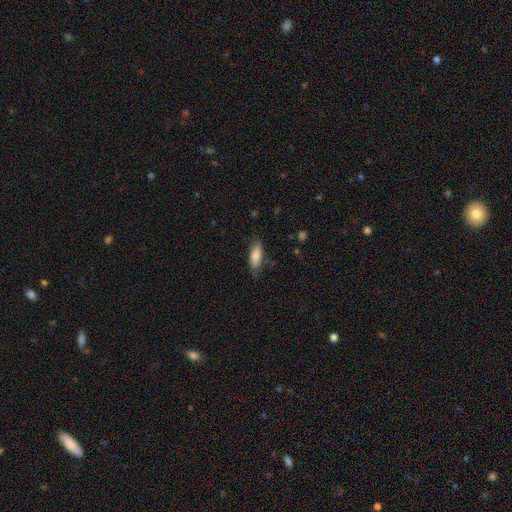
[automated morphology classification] Q: Smooth or featured?
A: smooth (77%); runner-up: featured or disk (16%)
Q: How rounded?
A: in between (68%); runner-up: cigar-shaped (30%)
Q: Merging?
A: none (72%); runner-up: minor disturbance (21%)